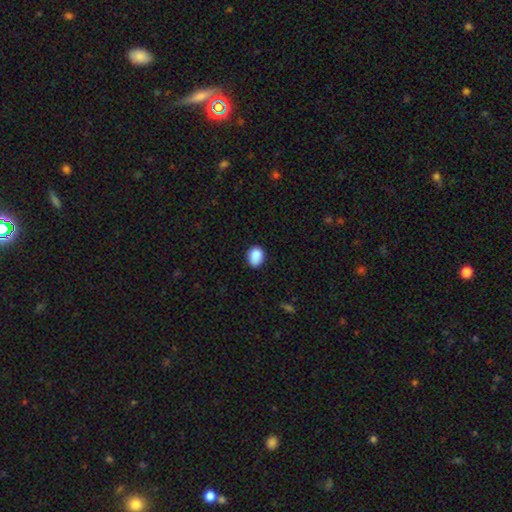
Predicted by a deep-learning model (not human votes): A smooth galaxy with no disk features (89%) that is in between round and cigar-shaped (54%).

Vote fractions:
- Smooth or featured? smooth: 89% / star or artifact: 8% / featured or disk: 3%
- How rounded? in between: 54% / round: 45% / cigar-shaped: 1%
- Merging? none: 82% / minor disturbance: 15% / major disturbance: 3% / merger: 1%